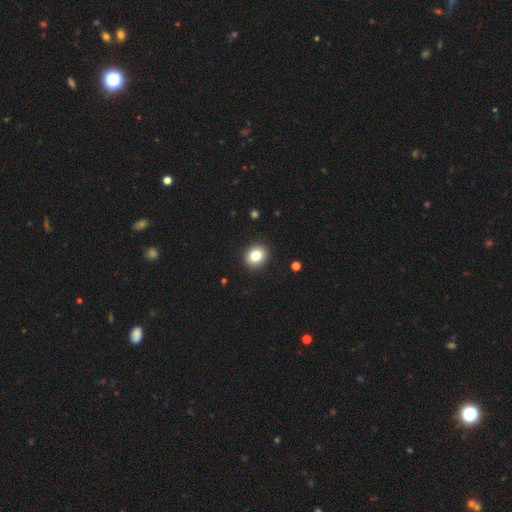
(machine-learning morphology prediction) Smooth or featured? smooth (82%)
How rounded? round (70%)
Merging? none (92%)